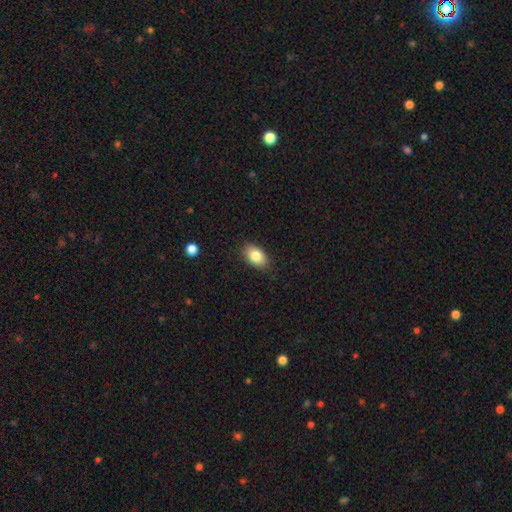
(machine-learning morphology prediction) smooth_or_featured: smooth (p=0.83) [alt: featured or disk p=0.09]
how_rounded: in between (p=0.89) [alt: round p=0.10]
merging: none (p=0.85) [alt: minor disturbance p=0.11]